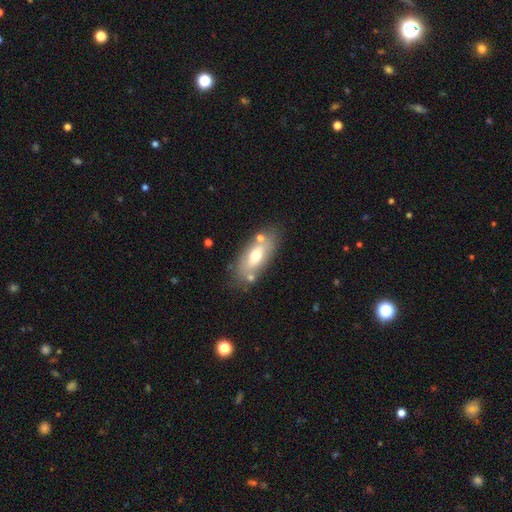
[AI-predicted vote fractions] This is possibly a smooth galaxy (59%). How rounded: clearly in between (83%). Merging: likely none (72%).